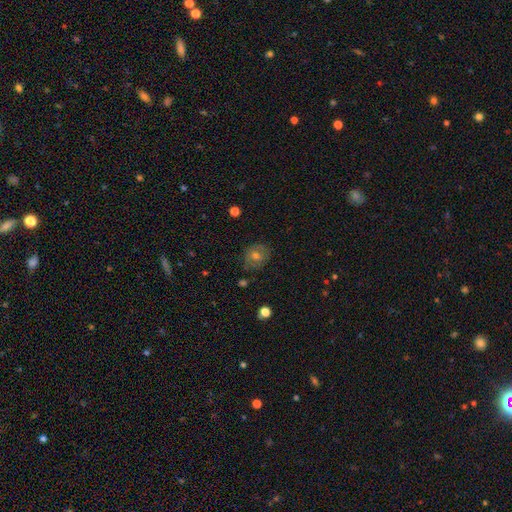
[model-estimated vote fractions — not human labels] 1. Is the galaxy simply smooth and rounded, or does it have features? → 54% smooth, 30% featured or disk, 16% star or artifact.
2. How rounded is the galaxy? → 70% round, 29% in between, 1% cigar-shaped.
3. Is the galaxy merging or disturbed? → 81% none, 14% minor disturbance, 4% major disturbance, 2% merger.